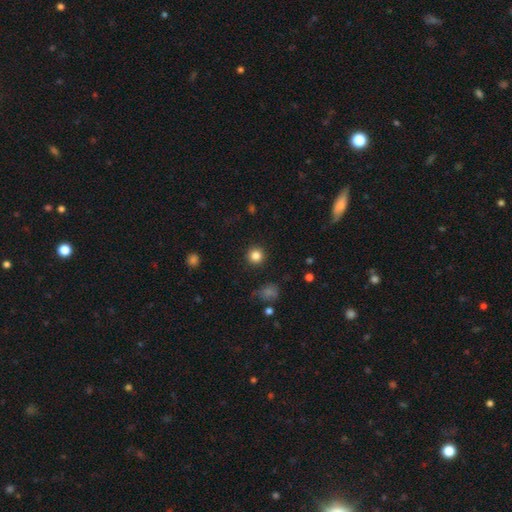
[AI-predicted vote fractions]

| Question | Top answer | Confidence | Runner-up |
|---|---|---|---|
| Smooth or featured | smooth | 83% | star or artifact (12%) |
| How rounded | round | 95% | in between (4%) |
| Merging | none | 91% | minor disturbance (5%) |